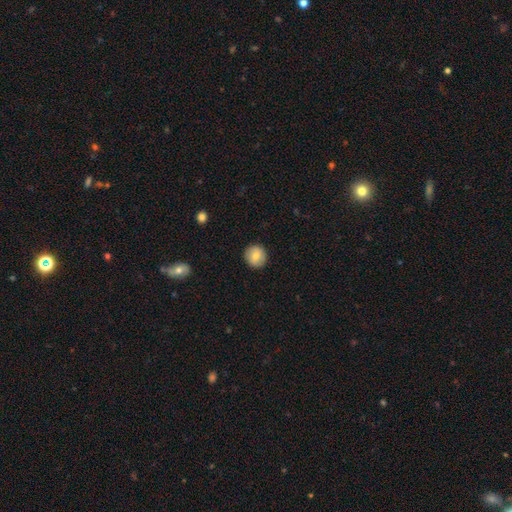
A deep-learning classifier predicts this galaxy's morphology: A smooth galaxy with no disk features (77%) that is round (92%). Merging: none (90%).